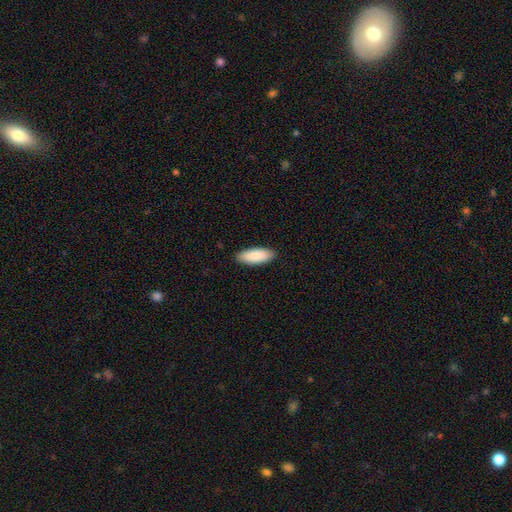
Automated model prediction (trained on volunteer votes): Q: Smooth or featured?
A: smooth (88%); runner-up: featured or disk (6%)
Q: How rounded?
A: in between (75%); runner-up: cigar-shaped (24%)
Q: Merging?
A: none (90%); runner-up: minor disturbance (8%)